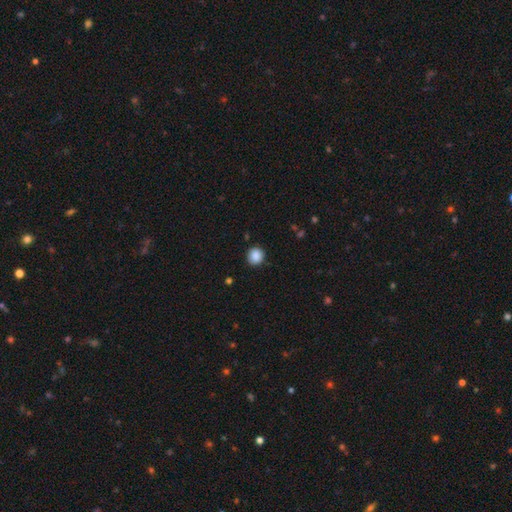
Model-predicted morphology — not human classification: This is clearly a smooth galaxy (88%). How rounded: clearly round (90%). Merging: clearly none (89%).